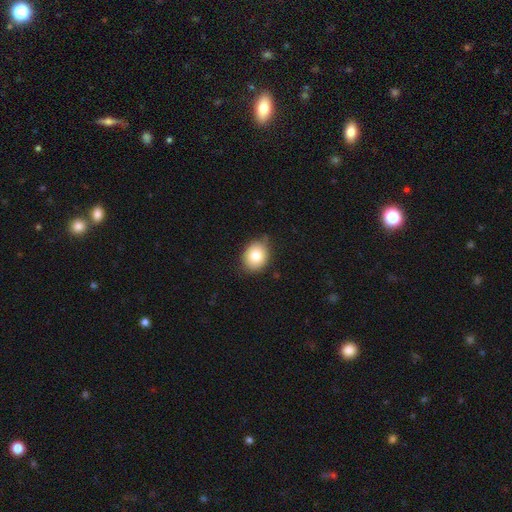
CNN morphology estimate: Smooth or featured?
  - smooth: 81% *
  - featured or disk: 11%
  - star or artifact: 9%
How rounded?
  - in between: 50% *
  - round: 49%
  - cigar-shaped: 1%
Merging?
  - none: 77% *
  - minor disturbance: 18%
  - major disturbance: 3%
  - merger: 1%